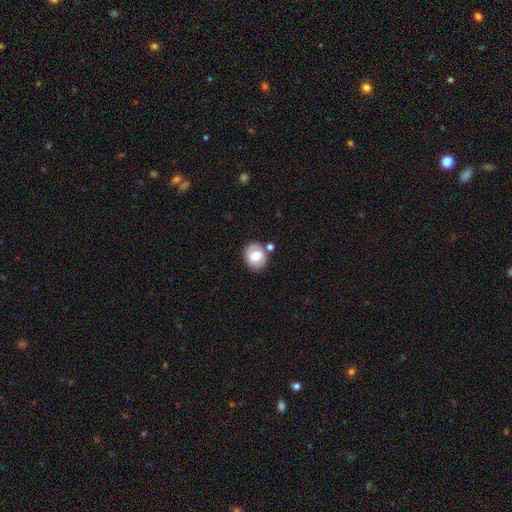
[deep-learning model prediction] Morphology: type=smooth (62%); roundness=round (69%); merging=none (71%).